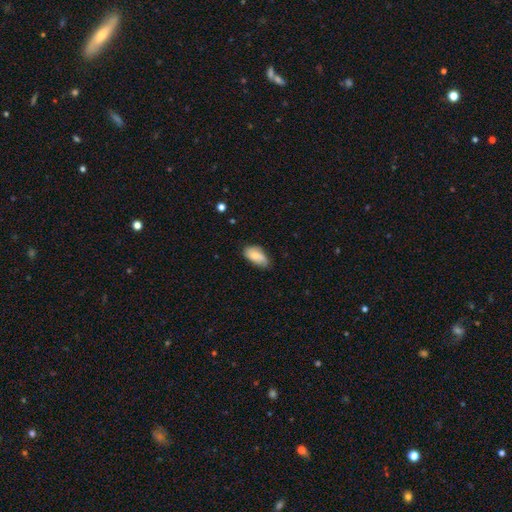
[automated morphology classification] smooth_or_featured: smooth (p=0.76) [alt: featured or disk p=0.17]
how_rounded: in between (p=0.93) [alt: cigar-shaped p=0.03]
merging: none (p=0.68) [alt: minor disturbance p=0.26]